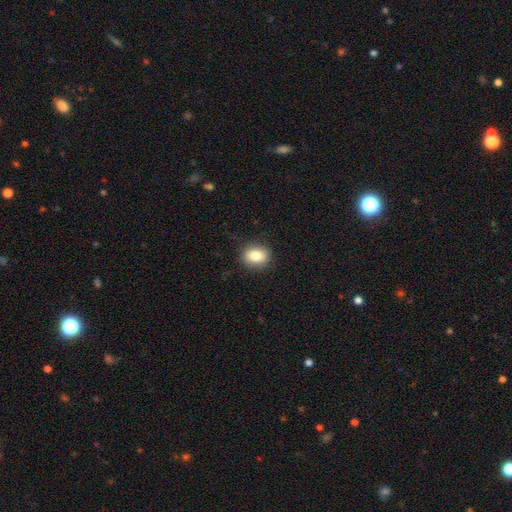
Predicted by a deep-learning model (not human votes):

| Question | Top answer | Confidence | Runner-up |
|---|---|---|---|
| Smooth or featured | smooth | 84% | star or artifact (9%) |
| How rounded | in between | 53% | round (46%) |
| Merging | none | 85% | minor disturbance (11%) |